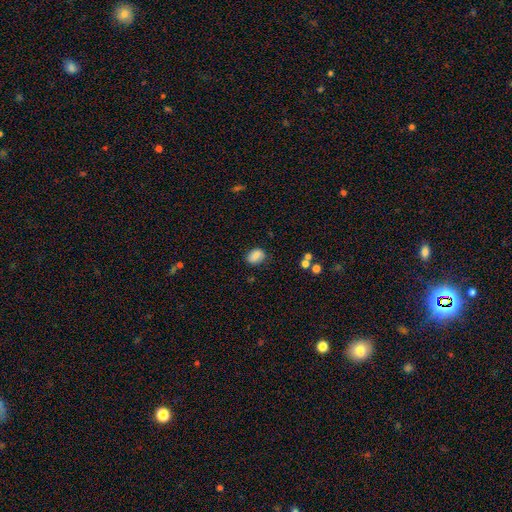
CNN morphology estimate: smooth-or-featured: smooth: 79% | featured or disk: 12% | star or artifact: 9%
  how-rounded: in between: 71% | round: 28% | cigar-shaped: 1%
  merging: none: 75% | minor disturbance: 18% | major disturbance: 5% | merger: 2%